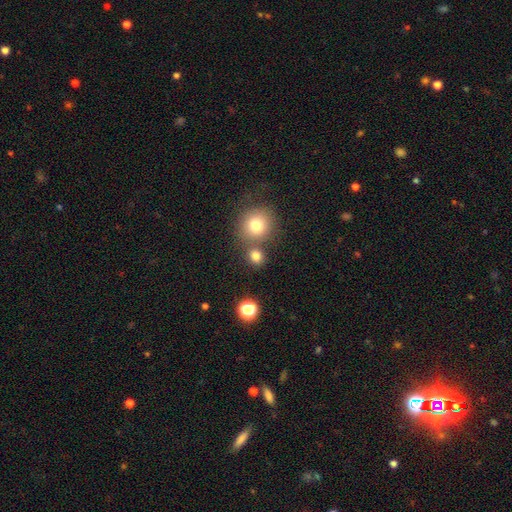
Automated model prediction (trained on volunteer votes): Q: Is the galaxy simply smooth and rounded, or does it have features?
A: smooth — 79%.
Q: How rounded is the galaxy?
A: round — 78%.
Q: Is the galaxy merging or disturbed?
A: none — 66%.